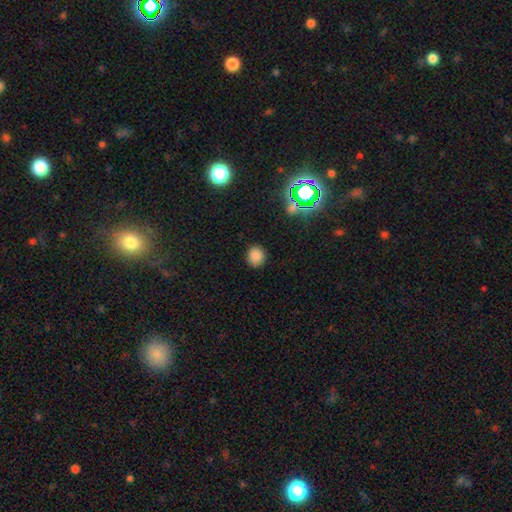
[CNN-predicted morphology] Smooth or featured: smooth — 81% (star or artifact — 15%)
How rounded: round — 88% (in between — 11%)
Merging: none — 88% (minor disturbance — 8%)